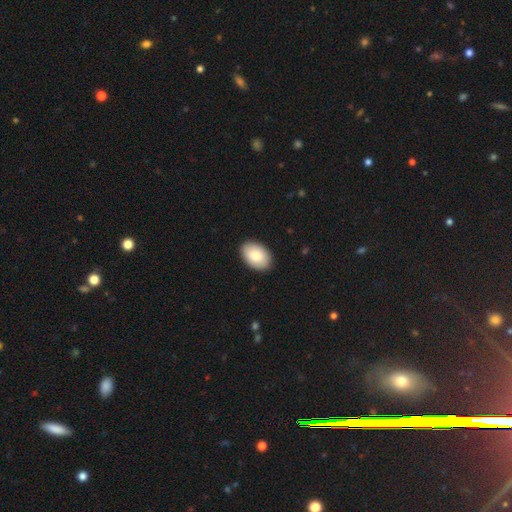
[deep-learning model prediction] The model was most divided on "smooth or featured": smooth: 85%, featured or disk: 9%, star or artifact: 6%. More confident: how rounded — in between (89%); merging — none (89%).